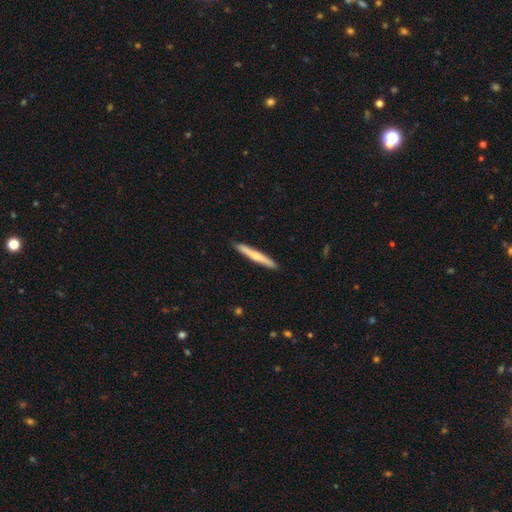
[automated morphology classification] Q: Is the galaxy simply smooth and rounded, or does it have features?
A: smooth — 57%.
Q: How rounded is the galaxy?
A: cigar-shaped — 96%.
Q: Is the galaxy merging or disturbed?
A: none — 91%.